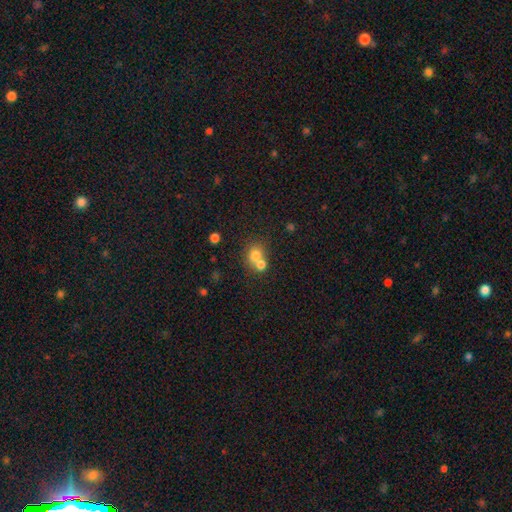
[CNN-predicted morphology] This appears to be a smooth galaxy with no disk features (74%) that is round (74%). Merging: merger (55%).